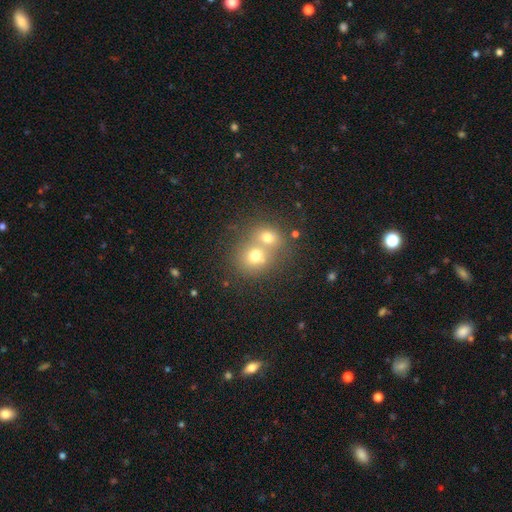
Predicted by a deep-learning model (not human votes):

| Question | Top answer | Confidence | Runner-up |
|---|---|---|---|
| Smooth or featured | smooth | 68% | featured or disk (18%) |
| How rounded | round | 74% | in between (25%) |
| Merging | merger | 61% | none (30%) |